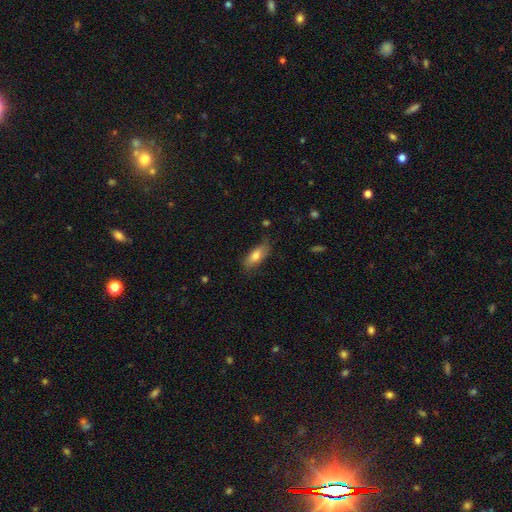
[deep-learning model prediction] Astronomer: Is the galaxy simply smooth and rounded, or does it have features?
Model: smooth — 75%.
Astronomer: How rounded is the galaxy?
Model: in between — 76%.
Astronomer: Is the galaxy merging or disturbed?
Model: none — 75%.